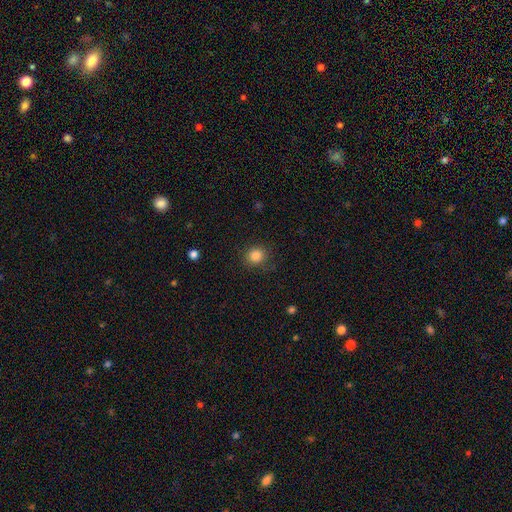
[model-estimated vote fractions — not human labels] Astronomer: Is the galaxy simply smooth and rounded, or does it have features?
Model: smooth — 84%.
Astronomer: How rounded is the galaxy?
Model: round — 84%.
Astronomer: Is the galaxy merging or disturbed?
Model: none — 85%.